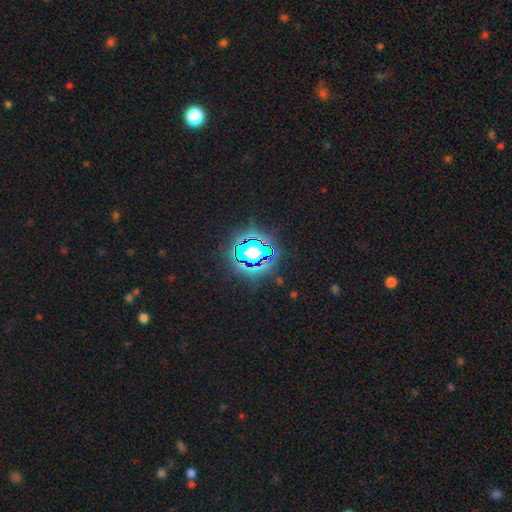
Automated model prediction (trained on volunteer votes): Q: Smooth or featured?
A: star or artifact (79%); runner-up: smooth (13%)